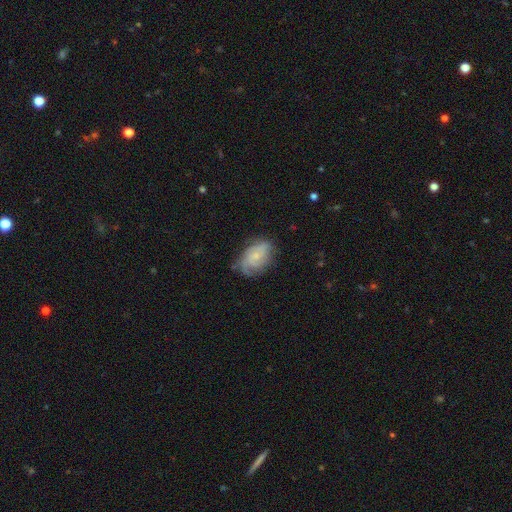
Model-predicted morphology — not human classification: A featured or disk galaxy (59%) with no bar (74%), spiral arms (85%) and a small central bulge (71%). Merging: none (61%).